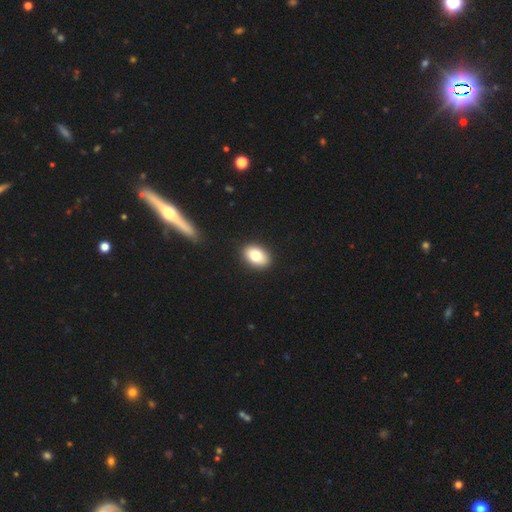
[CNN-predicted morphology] Smooth or featured?
  - smooth: 79% *
  - featured or disk: 12%
  - star or artifact: 8%
How rounded?
  - in between: 83% *
  - round: 16%
  - cigar-shaped: 1%
Merging?
  - none: 90% *
  - minor disturbance: 7%
  - major disturbance: 2%
  - merger: 1%